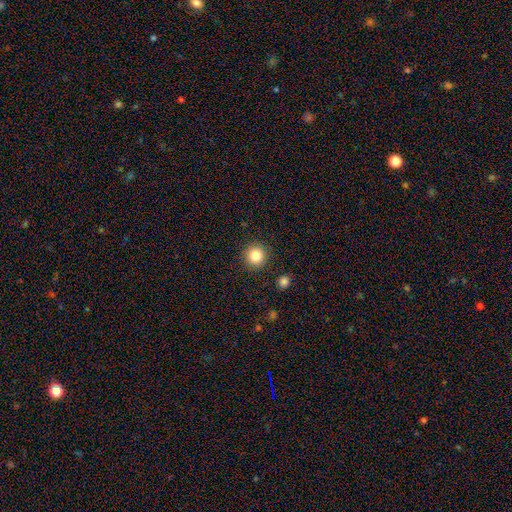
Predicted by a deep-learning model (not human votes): Smooth or featured: smooth — 84% (star or artifact — 11%)
How rounded: round — 94% (in between — 5%)
Merging: none — 90% (minor disturbance — 6%)